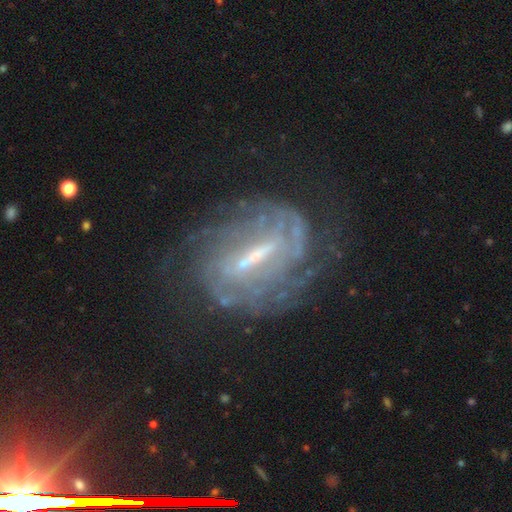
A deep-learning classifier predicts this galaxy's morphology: type=featured or disk (85%); edge-on=no (93%); bar=strong (60%); spiral arms=yes (90%); winding=tight (63%); arm count=can't tell (43%); bulge=small (61%); merging=none (68%).